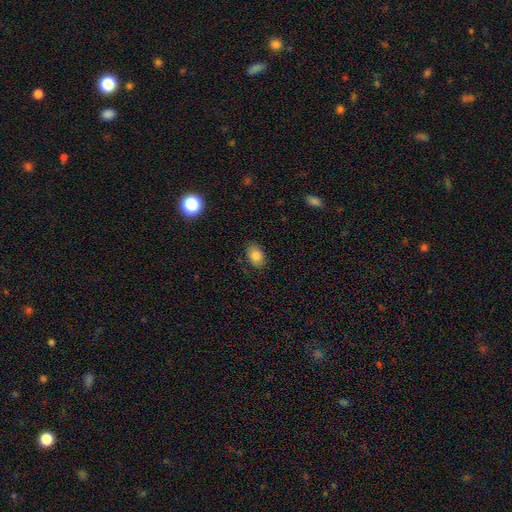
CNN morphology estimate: Q: Smooth or featured?
A: smooth (82%); runner-up: star or artifact (9%)
Q: How rounded?
A: in between (81%); runner-up: round (18%)
Q: Merging?
A: none (86%); runner-up: minor disturbance (11%)